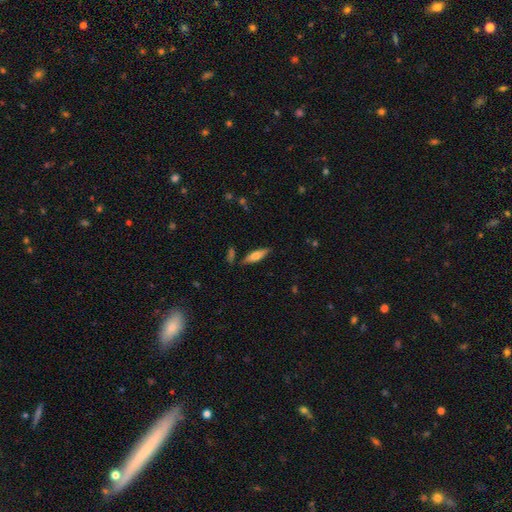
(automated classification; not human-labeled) Smooth or featured? smooth (58%)
How rounded? cigar-shaped (58%)
Merging? none (83%)